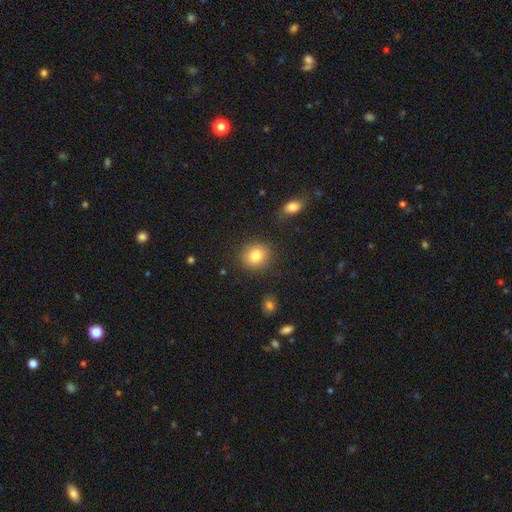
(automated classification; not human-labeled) A smooth galaxy with no disk features (82%) that is round (84%).

Vote fractions:
- Smooth or featured? smooth: 82% / star or artifact: 10% / featured or disk: 8%
- How rounded? round: 84% / in between: 15% / cigar-shaped: 1%
- Merging? none: 87% / minor disturbance: 8% / major disturbance: 3% / merger: 2%